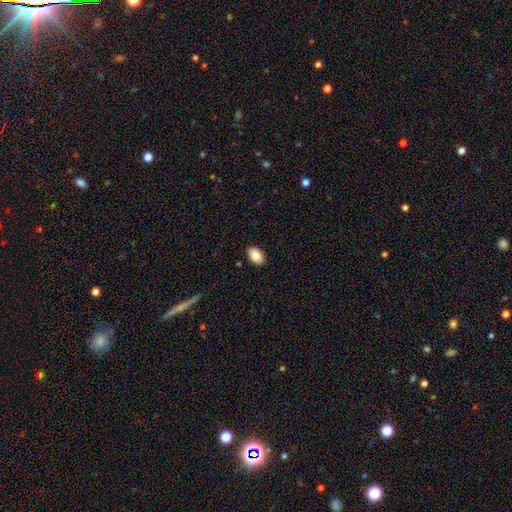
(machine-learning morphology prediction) type=smooth (88%); roundness=in between (90%); merging=none (89%).